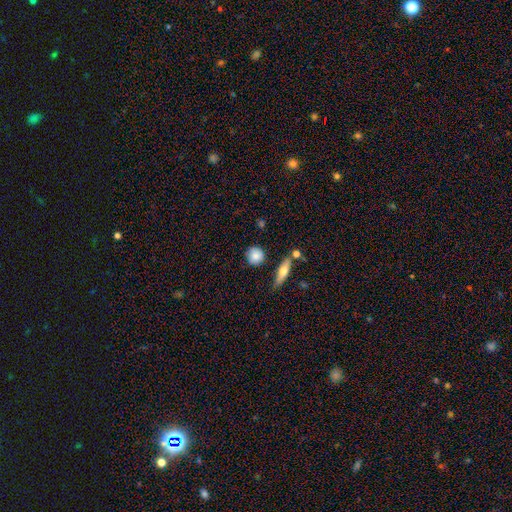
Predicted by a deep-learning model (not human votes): Morphology: type=smooth (81%); roundness=round (86%); merging=none (79%).